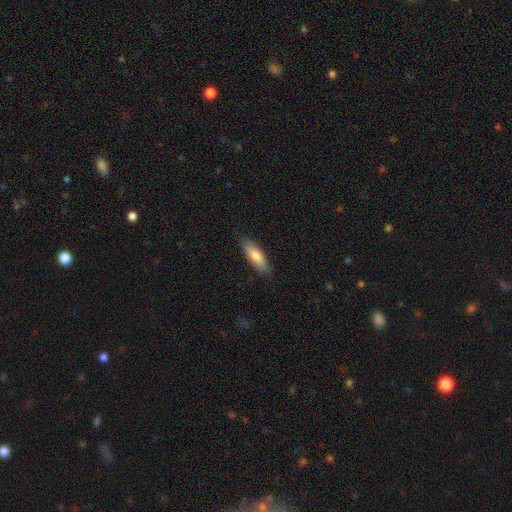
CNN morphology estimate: This is likely a smooth galaxy (77%). How rounded: possibly cigar-shaped (53%). Merging: clearly none (85%).